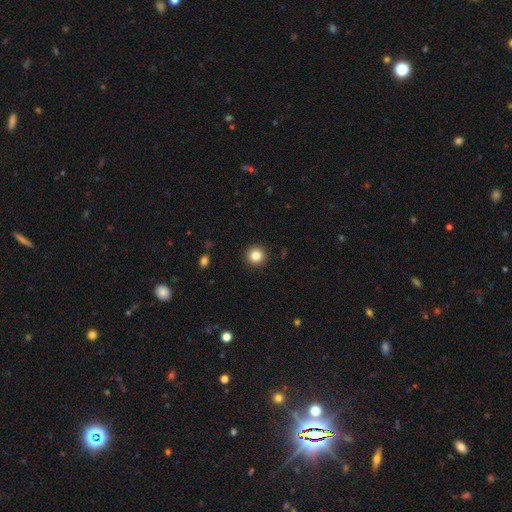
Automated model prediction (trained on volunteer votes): This is clearly a smooth galaxy (85%). How rounded: clearly round (95%). Merging: clearly none (92%).